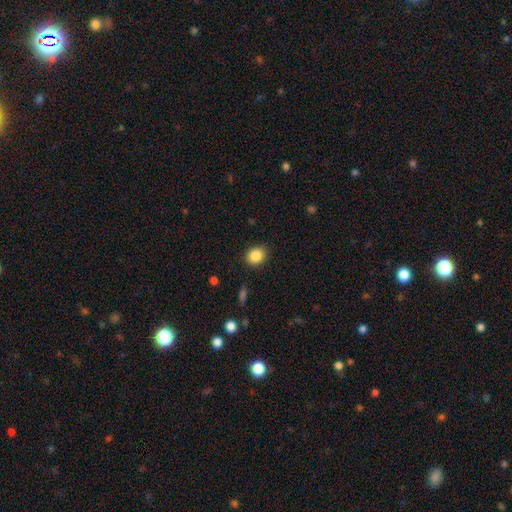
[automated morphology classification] Smooth or featured? Predicted: smooth (p=0.86). How rounded? Predicted: round (p=0.63). Merging? Predicted: none (p=0.88).